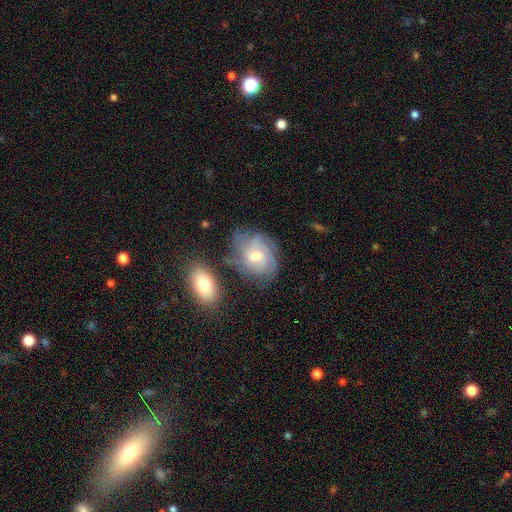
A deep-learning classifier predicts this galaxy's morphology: smooth_or_featured: featured or disk (p=0.69) [alt: smooth p=0.22]
disk_edge_on: no (p=0.97) [alt: yes p=0.03]
bar: no (p=0.58) [alt: weak p=0.37]
has_spiral_arms: yes (p=0.91) [alt: no p=0.09]
spiral_winding: tight (p=0.52) [alt: medium p=0.36]
spiral_arm_count: can't tell (p=0.37) [alt: 4 p=0.21]
bulge_size: moderate (p=0.50) [alt: small p=0.43]
merging: none (p=0.64) [alt: minor disturbance p=0.20]